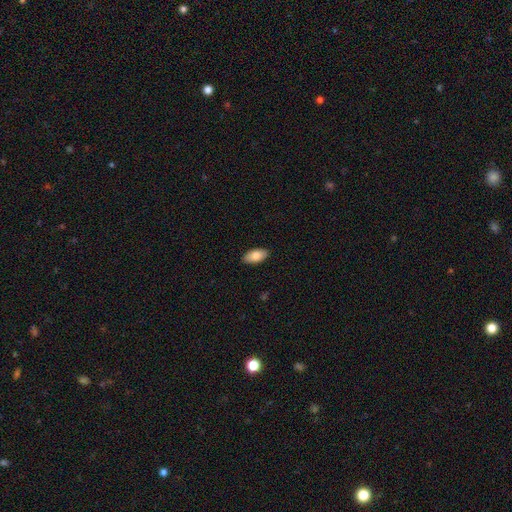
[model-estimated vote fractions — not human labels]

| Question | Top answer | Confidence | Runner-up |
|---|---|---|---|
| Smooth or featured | smooth | 84% | featured or disk (10%) |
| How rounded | in between | 93% | cigar-shaped (5%) |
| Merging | none | 89% | minor disturbance (9%) |